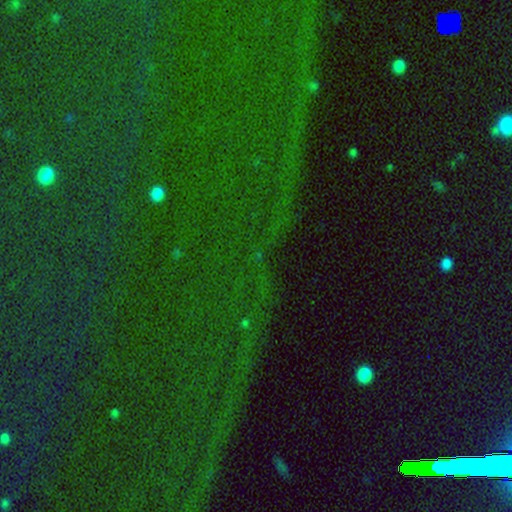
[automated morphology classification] A star or artifact, not a galaxy (81%).